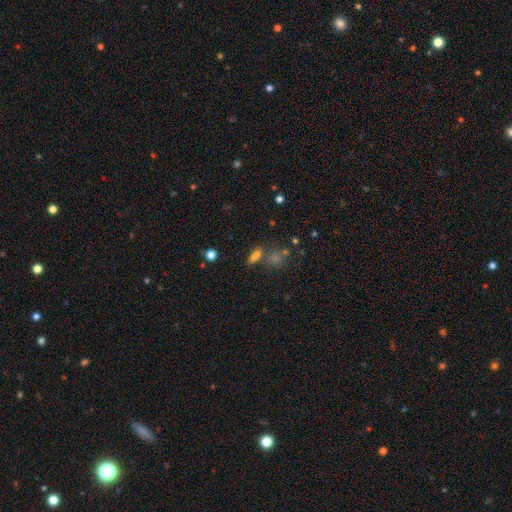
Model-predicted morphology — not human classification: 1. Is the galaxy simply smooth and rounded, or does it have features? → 65% smooth, 22% star or artifact, 13% featured or disk.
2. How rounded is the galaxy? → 58% in between, 26% cigar-shaped, 16% round.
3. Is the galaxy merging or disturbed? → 56% none, 23% merger, 14% minor disturbance, 7% major disturbance.